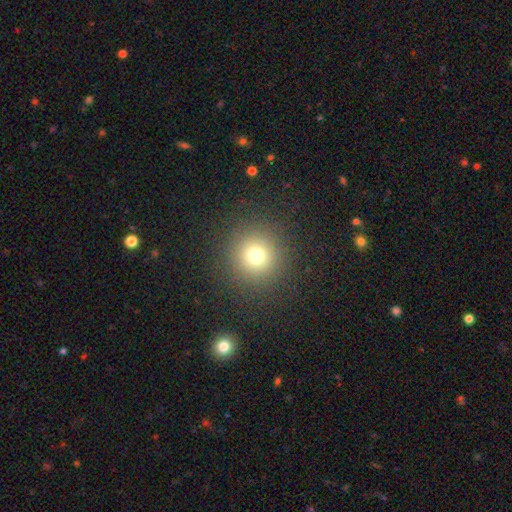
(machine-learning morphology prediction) smooth 71%, star or artifact 19%, featured or disk 9%. Down the decision tree: how rounded — round (95%); merging — none (89%).